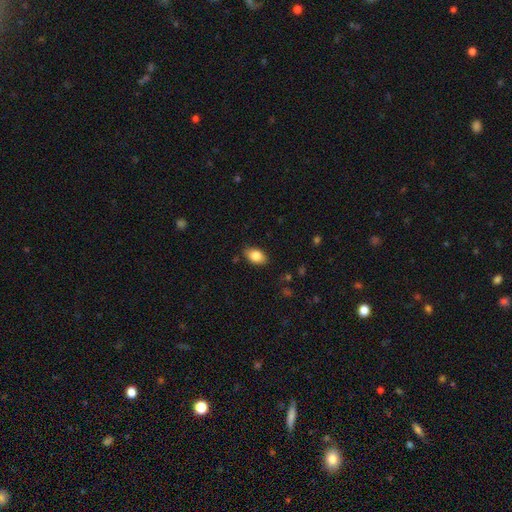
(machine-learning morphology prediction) Overall: smooth (84%). How rounded: in between (90%). Merging: none (84%).